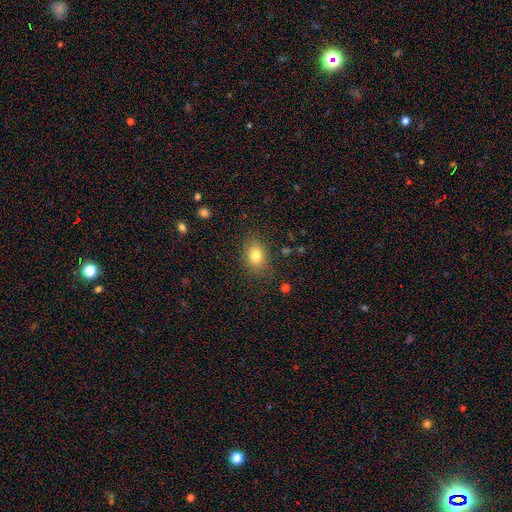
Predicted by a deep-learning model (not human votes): This is likely a smooth galaxy (79%). How rounded: likely in between (66%). Merging: clearly none (82%).